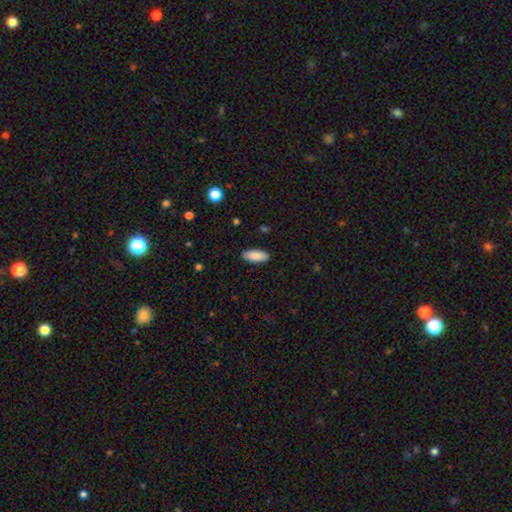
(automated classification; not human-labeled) Smooth or featured: smooth — 89% (star or artifact — 6%)
How rounded: in between — 84% (cigar-shaped — 15%)
Merging: none — 89% (minor disturbance — 8%)